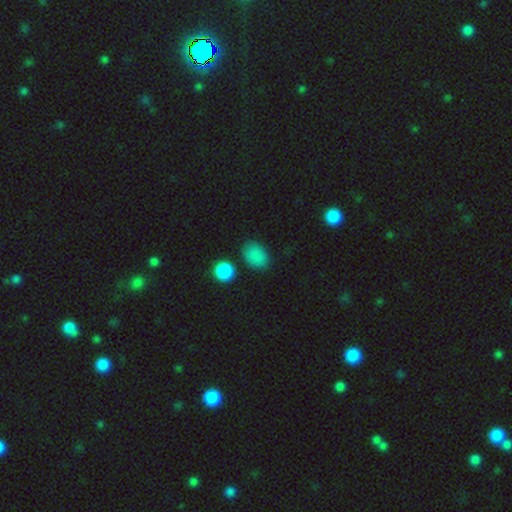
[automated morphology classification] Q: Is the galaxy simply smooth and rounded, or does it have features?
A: smooth — 85%.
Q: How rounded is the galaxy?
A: in between — 78%.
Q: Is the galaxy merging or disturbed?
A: none — 77%.